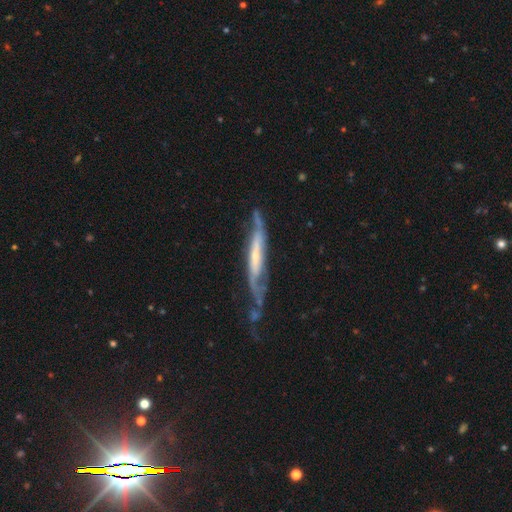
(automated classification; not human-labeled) smooth_or_featured: featured or disk (p=0.78) [alt: smooth p=0.16]
disk_edge_on: no (p=0.52) [alt: yes p=0.48]
merging: none (p=0.46) [alt: minor disturbance p=0.27]